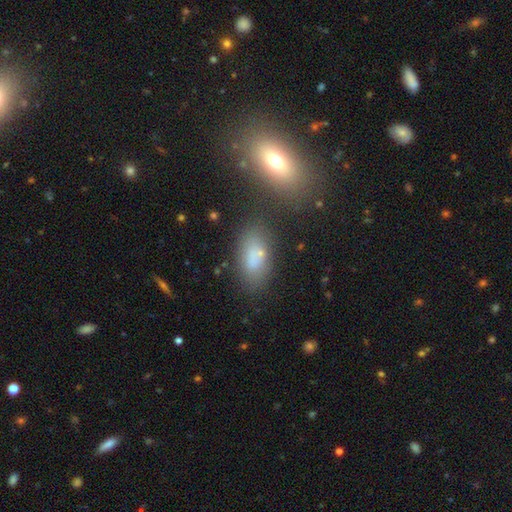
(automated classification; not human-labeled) Smooth or featured? Predicted: smooth (p=0.70). How rounded? Predicted: in between (p=0.88). Merging? Predicted: none (p=0.66).